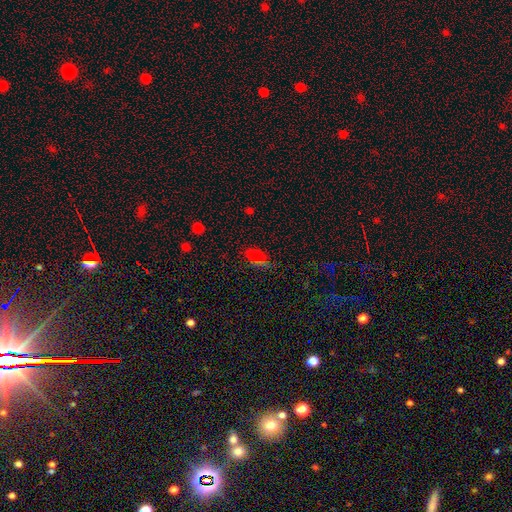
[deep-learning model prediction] A smooth galaxy with no disk features (63%) that is in between round and cigar-shaped (86%). Merging: none (72%).